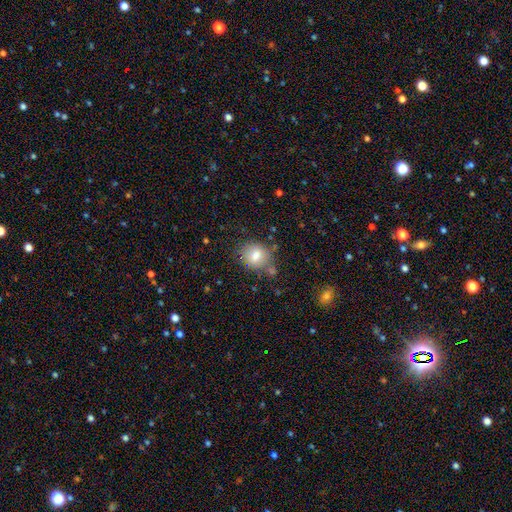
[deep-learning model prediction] smooth_or_featured: smooth (p=0.77) [alt: featured or disk p=0.13]
how_rounded: round (p=0.61) [alt: in between p=0.38]
merging: none (p=0.69) [alt: minor disturbance p=0.18]